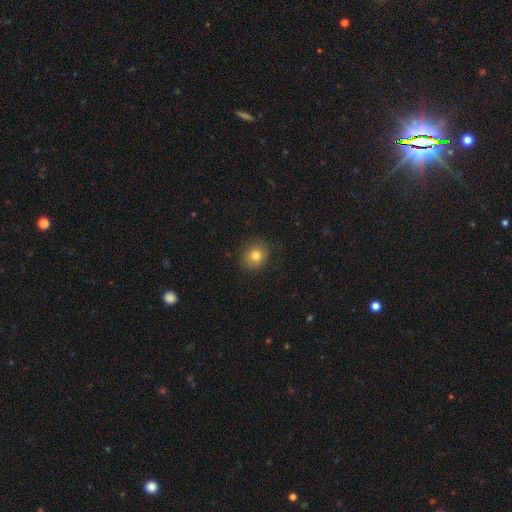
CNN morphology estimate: A smooth galaxy with no disk features (79%) that is round (80%).

Vote fractions:
- Smooth or featured? smooth: 79% / star or artifact: 12% / featured or disk: 9%
- How rounded? round: 80% / in between: 19% / cigar-shaped: 1%
- Merging? none: 88% / minor disturbance: 9% / major disturbance: 3% / merger: 1%